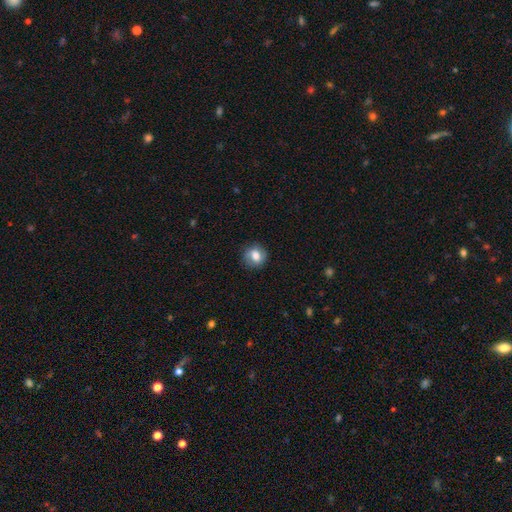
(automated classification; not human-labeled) smooth_or_featured: smooth (p=0.68) [alt: featured or disk p=0.22]
how_rounded: round (p=0.77) [alt: in between p=0.22]
merging: none (p=0.82) [alt: minor disturbance p=0.13]